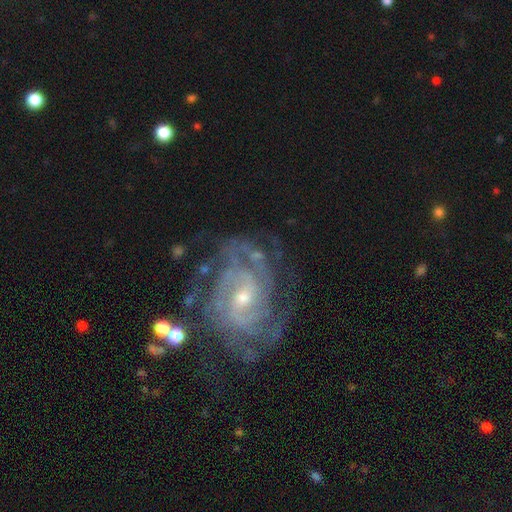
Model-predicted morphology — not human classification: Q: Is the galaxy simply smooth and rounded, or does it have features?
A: featured or disk — 88%.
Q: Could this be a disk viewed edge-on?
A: no — 98%.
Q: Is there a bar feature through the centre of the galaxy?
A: no — 47%.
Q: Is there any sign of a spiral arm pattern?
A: yes — 96%.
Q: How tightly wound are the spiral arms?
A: tight — 58%.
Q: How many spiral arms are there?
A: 2 — 32%.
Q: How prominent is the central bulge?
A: small — 65%.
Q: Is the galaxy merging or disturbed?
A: none — 65%.